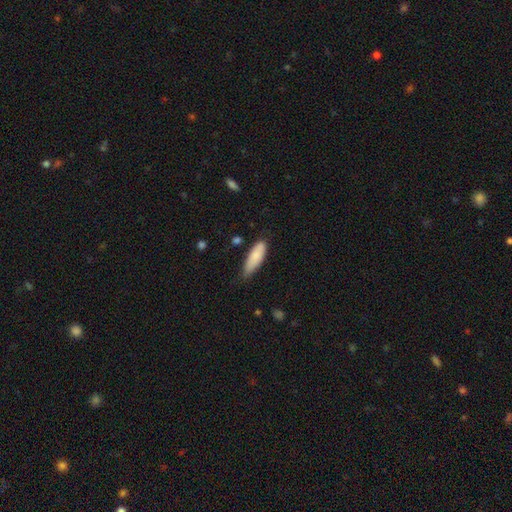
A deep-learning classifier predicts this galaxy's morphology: Smooth or featured? smooth (84%)
How rounded? in between (59%)
Merging? none (57%)